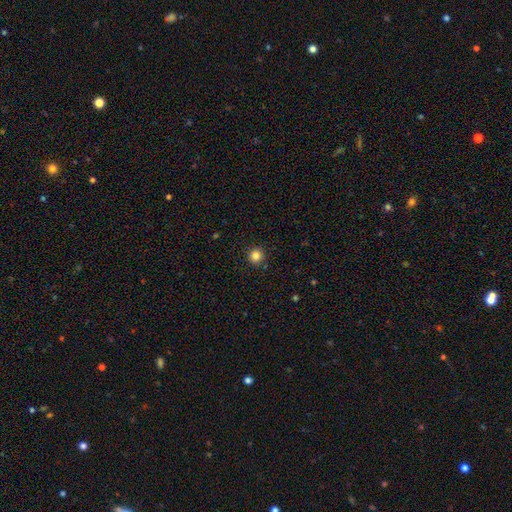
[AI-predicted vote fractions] Smooth or featured?
  - smooth: 84% *
  - star or artifact: 12%
  - featured or disk: 4%
How rounded?
  - round: 95% *
  - in between: 5%
  - cigar-shaped: 1%
Merging?
  - none: 91% *
  - minor disturbance: 6%
  - major disturbance: 2%
  - merger: 1%